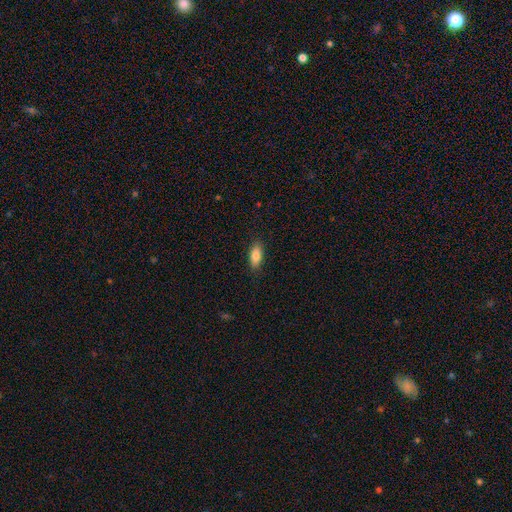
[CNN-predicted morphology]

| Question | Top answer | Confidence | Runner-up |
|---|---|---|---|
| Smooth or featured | smooth | 83% | featured or disk (10%) |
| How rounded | in between | 84% | cigar-shaped (14%) |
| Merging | none | 87% | minor disturbance (10%) |